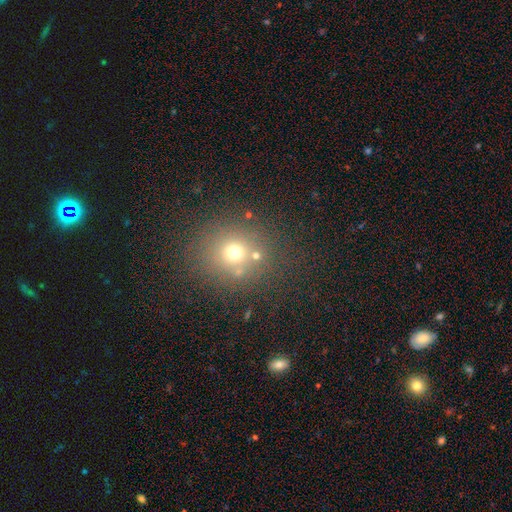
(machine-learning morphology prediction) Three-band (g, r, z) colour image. It shows a smooth galaxy with no disk features (65%) that is round (86%). Merging: none (76%).